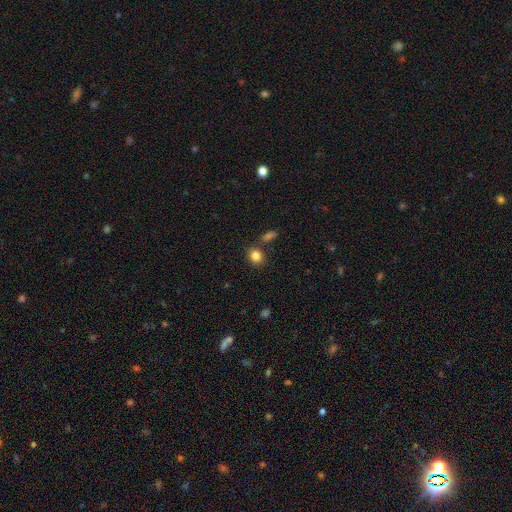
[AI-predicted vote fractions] A smooth galaxy with no disk features (84%) that is round (71%).

Vote fractions:
- Smooth or featured? smooth: 84% / star or artifact: 11% / featured or disk: 5%
- How rounded? round: 71% / in between: 28% / cigar-shaped: 1%
- Merging? none: 76% / minor disturbance: 11% / merger: 10% / major disturbance: 3%